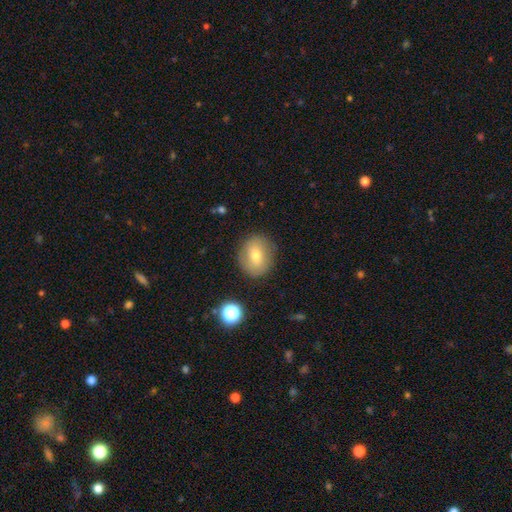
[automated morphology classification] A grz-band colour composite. It shows a smooth galaxy with no disk features (65%) that is round (65%). Merging: none (83%).